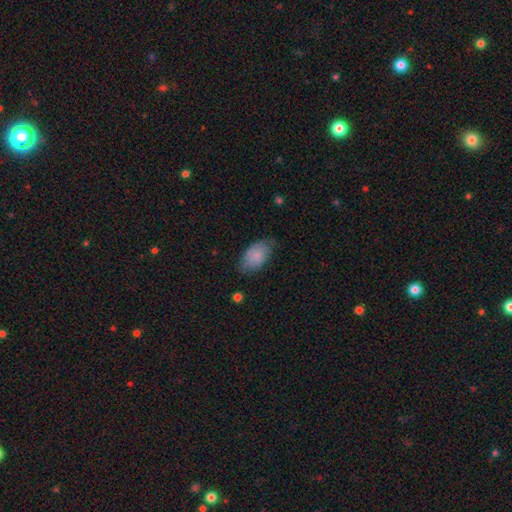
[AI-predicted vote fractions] smooth 78%, featured or disk 15%, star or artifact 7%. Down the decision tree: how rounded — in between (92%); merging — none (62%).